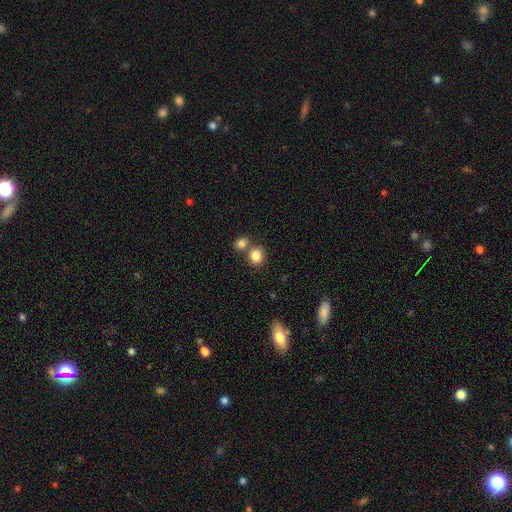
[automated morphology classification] type=smooth (84%); roundness=round (76%); merging=none (58%).